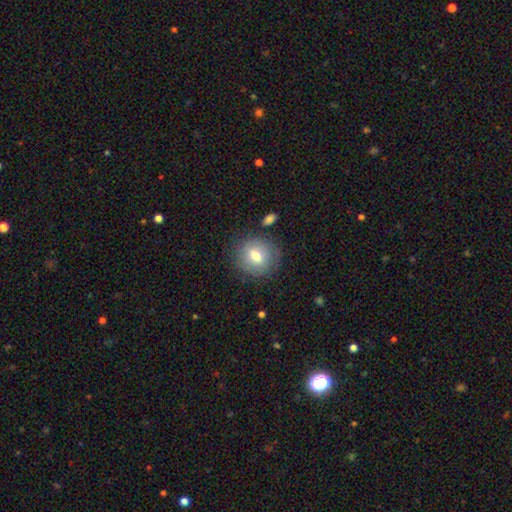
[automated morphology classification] type=smooth (68%); roundness=round (79%); merging=none (79%).